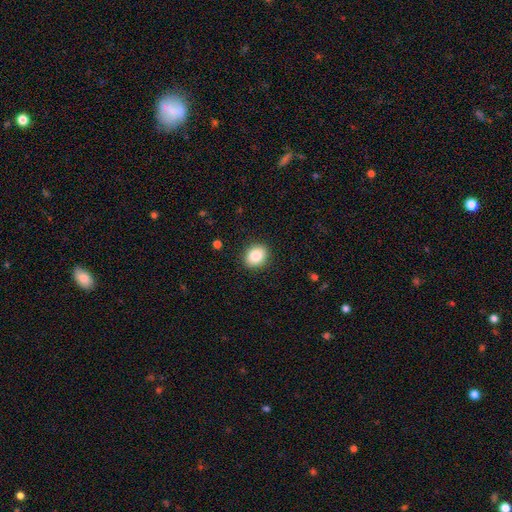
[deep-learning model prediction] Morphology: type=smooth (86%); roundness=round (54%); merging=none (90%).